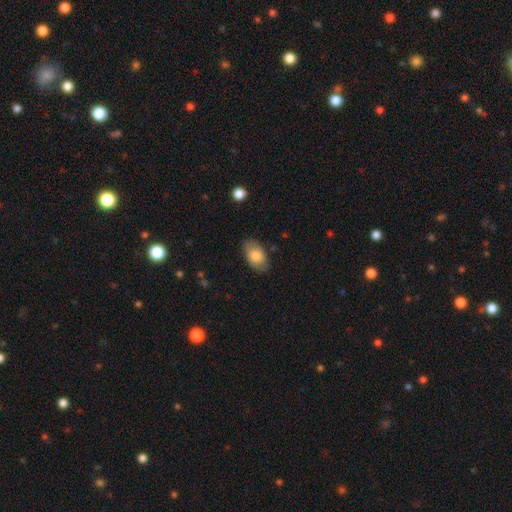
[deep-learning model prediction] Smooth or featured?
  - smooth: 79% *
  - featured or disk: 14%
  - star or artifact: 6%
How rounded?
  - in between: 92% *
  - round: 7%
  - cigar-shaped: 2%
Merging?
  - none: 80% *
  - minor disturbance: 15%
  - major disturbance: 4%
  - merger: 1%